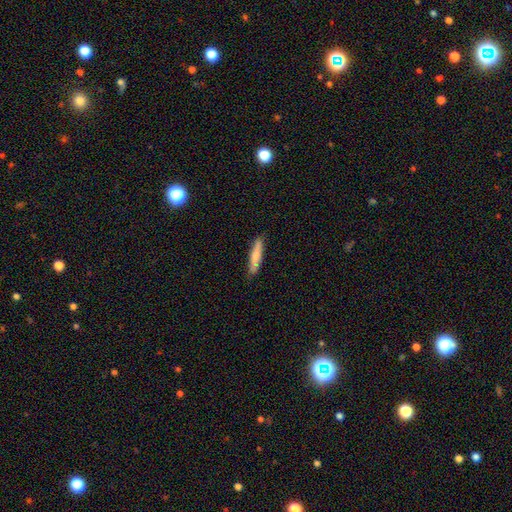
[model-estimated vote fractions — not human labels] Morphology: type=smooth (68%); roundness=cigar-shaped (88%); merging=none (82%).